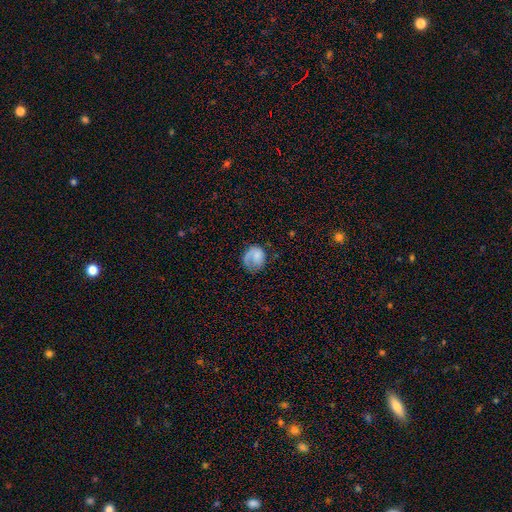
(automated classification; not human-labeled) Overall: smooth (59%; featured or disk 33%). How rounded: round (68%; in between 31%). Merging: none (47%; major disturbance 26%).